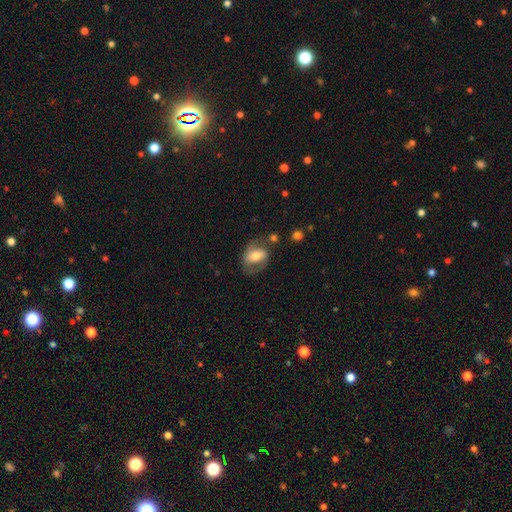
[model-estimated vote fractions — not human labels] featured or disk 60%, smooth 33%, star or artifact 7%. Down the decision tree: edge-on disk — no (95%); bar — weak (37%); spiral arms — yes (78%); bulge size — moderate (64%); merging — none (62%).